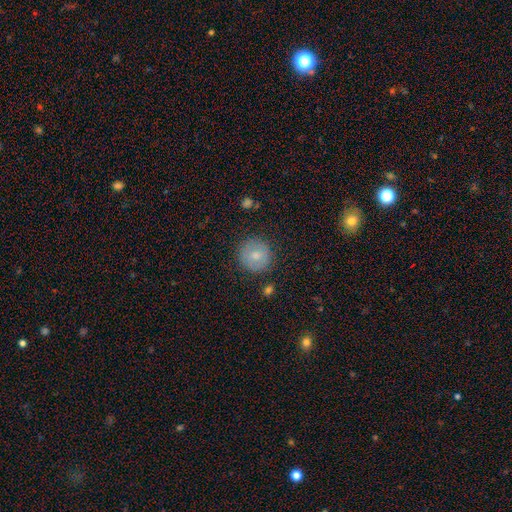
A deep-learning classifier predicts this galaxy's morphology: A smooth galaxy with no disk features (75%) that is round (93%).

Vote fractions:
- Smooth or featured? smooth: 75% / featured or disk: 17% / star or artifact: 8%
- How rounded? round: 93% / in between: 6% / cigar-shaped: 1%
- Merging? none: 85% / minor disturbance: 11% / major disturbance: 3% / merger: 2%